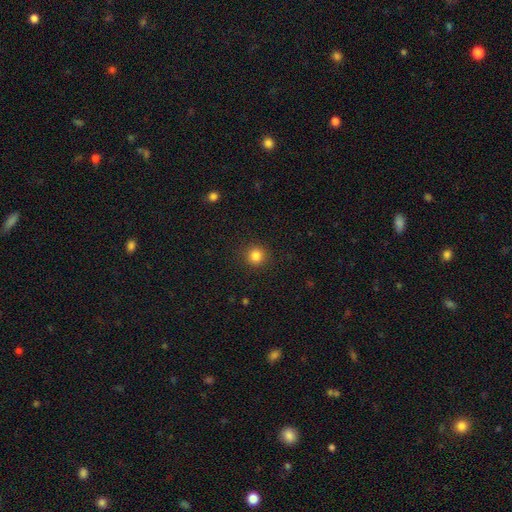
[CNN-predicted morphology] type=smooth (84%); roundness=round (93%); merging=none (90%).